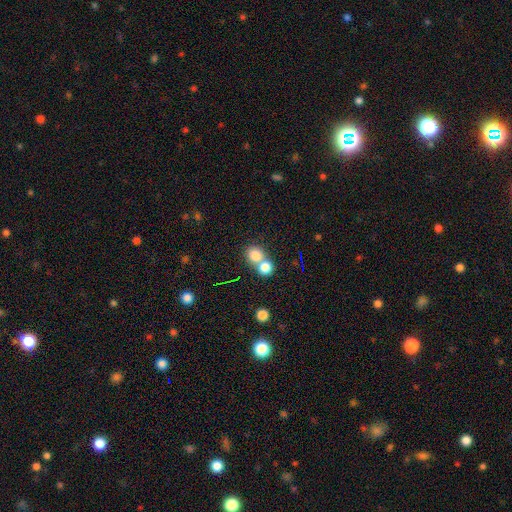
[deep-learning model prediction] A smooth galaxy with no disk features (79%) that is round (79%). Merging: merger (54%).